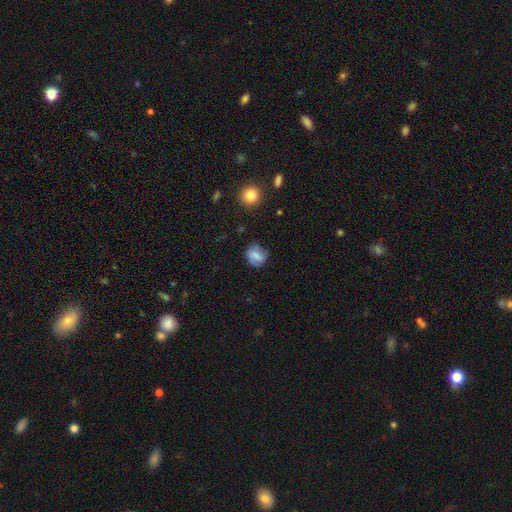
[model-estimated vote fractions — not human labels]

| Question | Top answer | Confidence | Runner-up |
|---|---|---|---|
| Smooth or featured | smooth | 62% | featured or disk (29%) |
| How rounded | round | 56% | in between (42%) |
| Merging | none | 69% | minor disturbance (21%) |